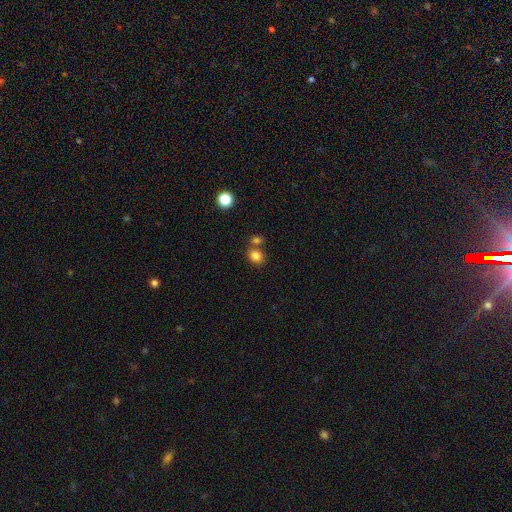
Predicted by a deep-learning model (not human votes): Q: Smooth or featured?
A: smooth (83%); runner-up: star or artifact (11%)
Q: How rounded?
A: round (58%); runner-up: in between (41%)
Q: Merging?
A: none (61%); runner-up: merger (25%)